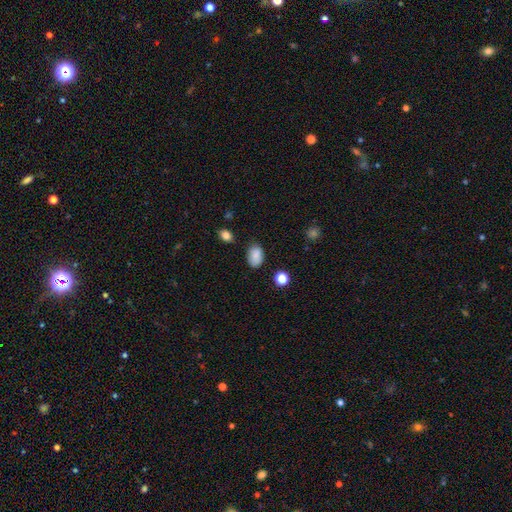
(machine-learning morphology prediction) Q: Smooth or featured?
A: smooth (85%); runner-up: star or artifact (9%)
Q: How rounded?
A: in between (87%); runner-up: round (12%)
Q: Merging?
A: none (76%); runner-up: minor disturbance (18%)